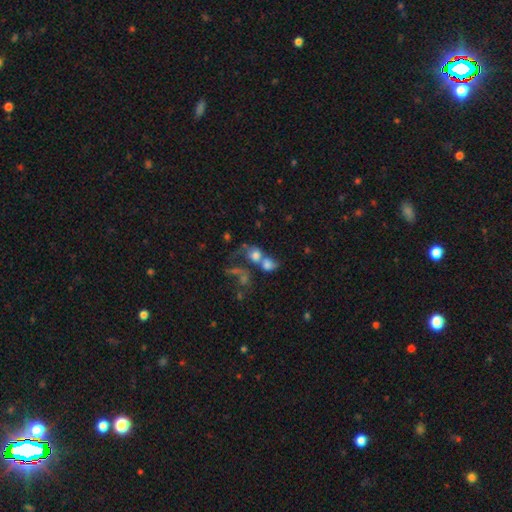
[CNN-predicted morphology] smooth 59%, featured or disk 27%, star or artifact 14%. Down the decision tree: how rounded — round (57%); merging — merger (65%).